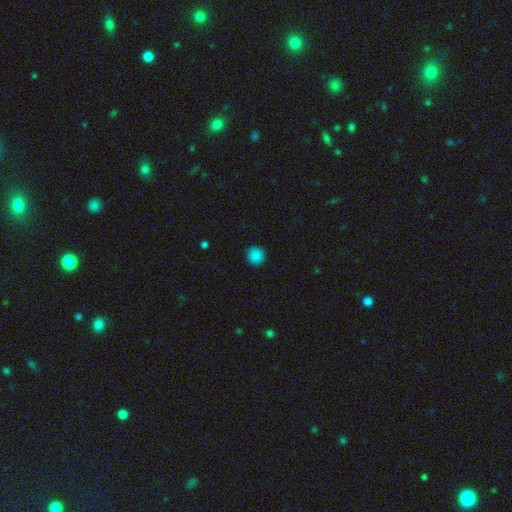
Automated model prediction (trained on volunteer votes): This is clearly a smooth galaxy (86%). How rounded: clearly round (95%). Merging: clearly none (92%).